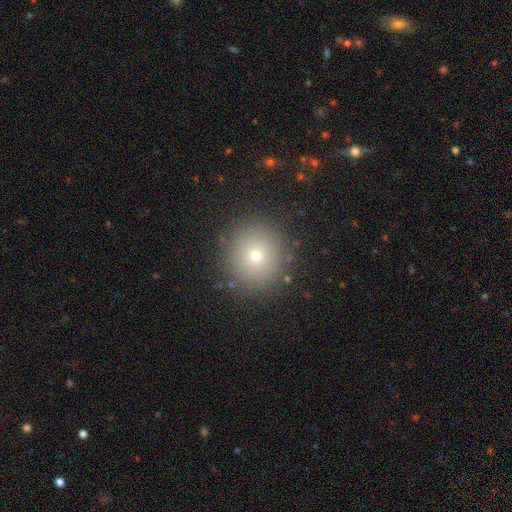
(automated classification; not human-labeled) A smooth galaxy with no disk features (67%) that is round (91%).

Vote fractions:
- Smooth or featured? smooth: 67% / star or artifact: 20% / featured or disk: 13%
- How rounded? round: 91% / in between: 8% / cigar-shaped: 1%
- Merging? none: 89% / minor disturbance: 7% / major disturbance: 3% / merger: 1%